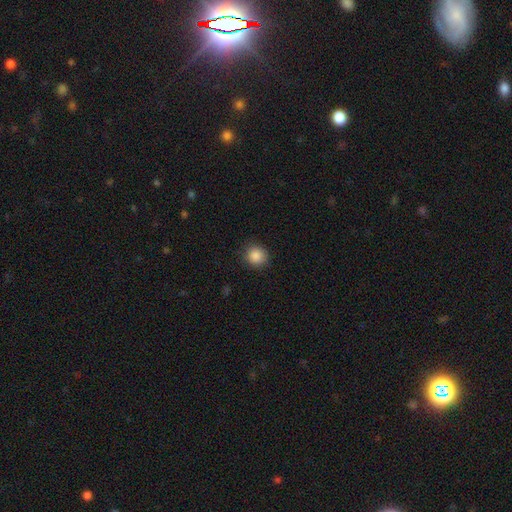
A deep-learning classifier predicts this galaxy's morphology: The model was most divided on "smooth or featured": smooth: 87%, star or artifact: 9%, featured or disk: 3%. More confident: how rounded — round (90%); merging — none (88%).